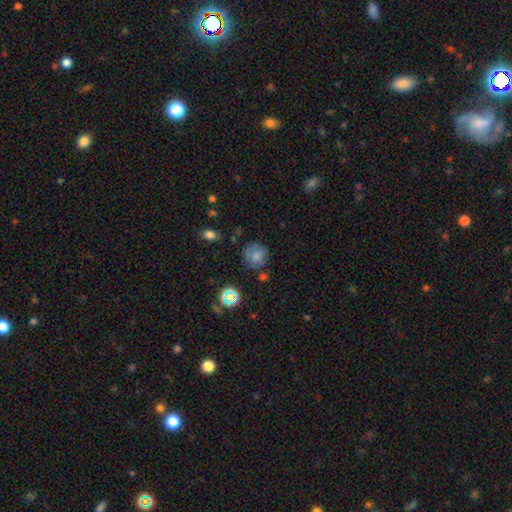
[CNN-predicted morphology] Q: Smooth or featured?
A: smooth (72%); runner-up: star or artifact (15%)
Q: How rounded?
A: round (86%); runner-up: in between (13%)
Q: Merging?
A: none (66%); runner-up: minor disturbance (21%)